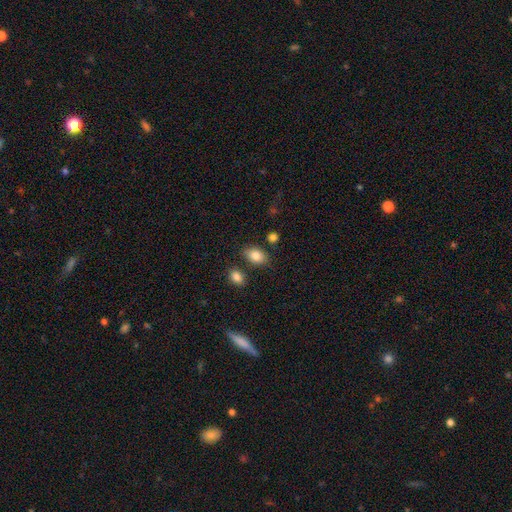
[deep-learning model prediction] Q: Smooth or featured?
A: smooth (84%); runner-up: star or artifact (8%)
Q: How rounded?
A: in between (84%); runner-up: round (15%)
Q: Merging?
A: none (76%); runner-up: minor disturbance (13%)